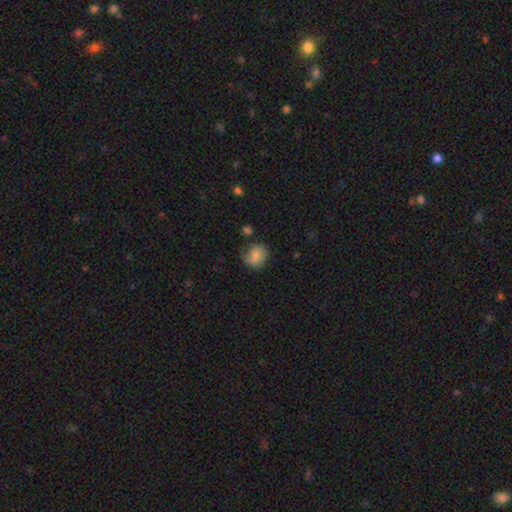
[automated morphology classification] Smooth or featured?
  - smooth: 76% *
  - featured or disk: 15%
  - star or artifact: 9%
How rounded?
  - round: 70% *
  - in between: 29%
  - cigar-shaped: 1%
Merging?
  - none: 65% *
  - minor disturbance: 25%
  - major disturbance: 7%
  - merger: 3%